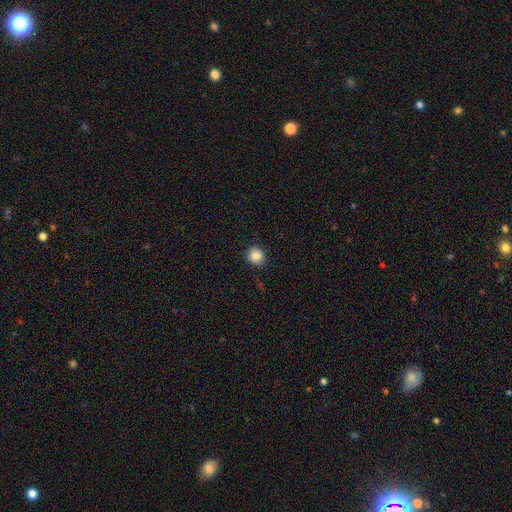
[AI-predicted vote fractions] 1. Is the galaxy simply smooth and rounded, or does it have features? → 87% smooth, 10% star or artifact, 3% featured or disk.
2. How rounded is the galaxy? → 88% round, 11% in between, 1% cigar-shaped.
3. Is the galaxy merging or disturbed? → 89% none, 8% minor disturbance, 2% major disturbance, 1% merger.